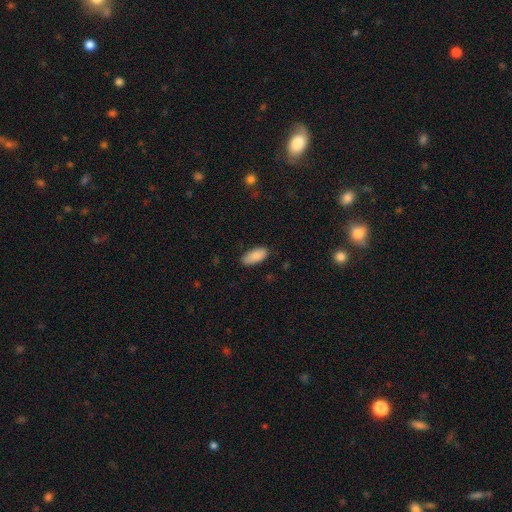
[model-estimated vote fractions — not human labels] A smooth galaxy with no disk features (88%) that is in between round and cigar-shaped (89%).

Vote fractions:
- Smooth or featured? smooth: 88% / star or artifact: 6% / featured or disk: 5%
- How rounded? in between: 89% / cigar-shaped: 9% / round: 2%
- Merging? none: 84% / minor disturbance: 13% / major disturbance: 2% / merger: 1%